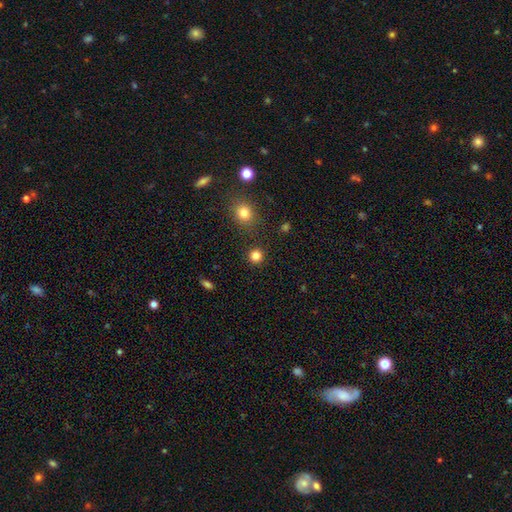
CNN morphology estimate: A smooth galaxy with no disk features (83%) that is round (93%).

Vote fractions:
- Smooth or featured? smooth: 83% / star or artifact: 13% / featured or disk: 4%
- How rounded? round: 93% / in between: 6% / cigar-shaped: 1%
- Merging? none: 90% / minor disturbance: 5% / merger: 2% / major disturbance: 2%